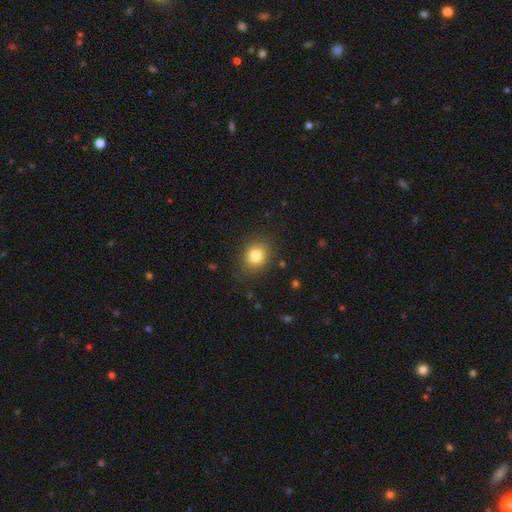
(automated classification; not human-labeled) A smooth galaxy with no disk features (81%) that is round (54%). Merging: none (84%).